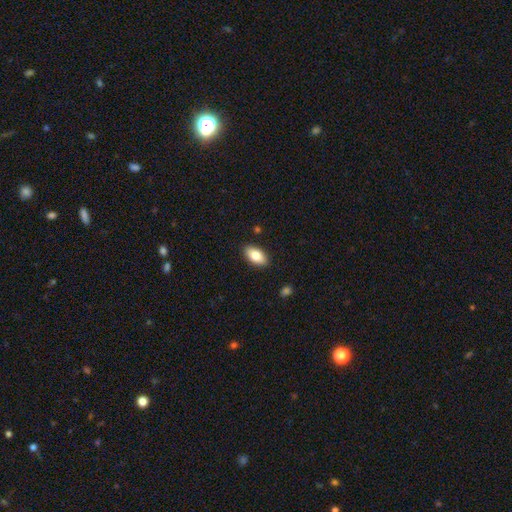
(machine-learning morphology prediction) Smooth or featured?
  - smooth: 82% *
  - featured or disk: 12%
  - star or artifact: 7%
How rounded?
  - in between: 92% *
  - cigar-shaped: 4%
  - round: 4%
Merging?
  - none: 89% *
  - minor disturbance: 8%
  - major disturbance: 2%
  - merger: 1%